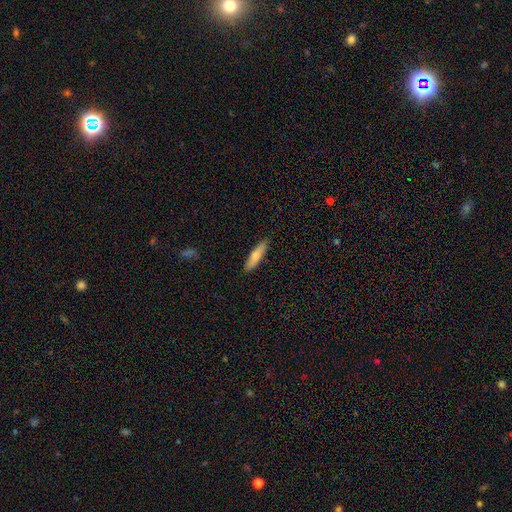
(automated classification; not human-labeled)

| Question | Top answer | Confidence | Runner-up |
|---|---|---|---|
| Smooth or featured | smooth | 70% | featured or disk (25%) |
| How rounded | cigar-shaped | 73% | in between (25%) |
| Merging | none | 89% | minor disturbance (8%) |